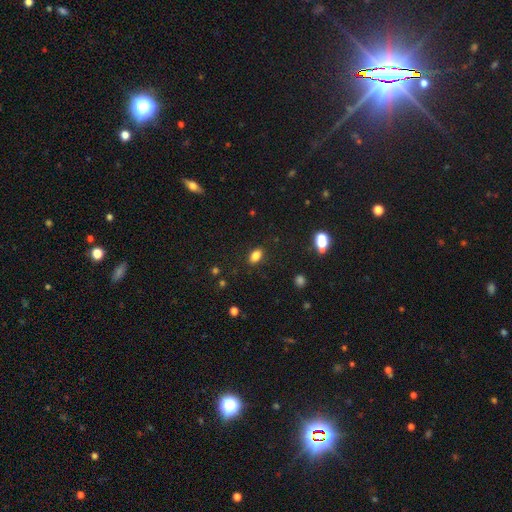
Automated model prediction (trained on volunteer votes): A smooth galaxy with no disk features (82%) that is in between round and cigar-shaped (85%). Merging: none (86%).